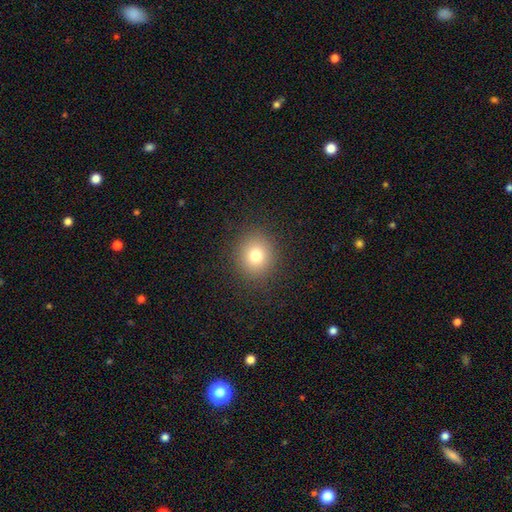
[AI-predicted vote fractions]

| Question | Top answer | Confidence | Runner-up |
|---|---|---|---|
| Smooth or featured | smooth | 78% | star or artifact (13%) |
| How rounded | round | 80% | in between (19%) |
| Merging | none | 89% | minor disturbance (7%) |